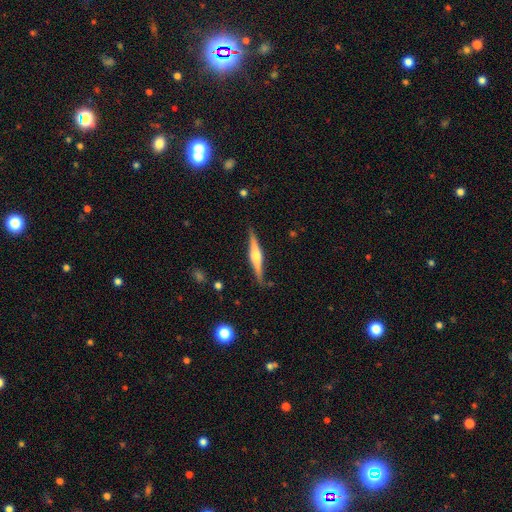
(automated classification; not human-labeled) featured or disk 74%, smooth 21%, star or artifact 5%. Down the decision tree: edge-on disk — yes (98%); edge-on bulge — rounded (89%); merging — none (88%).